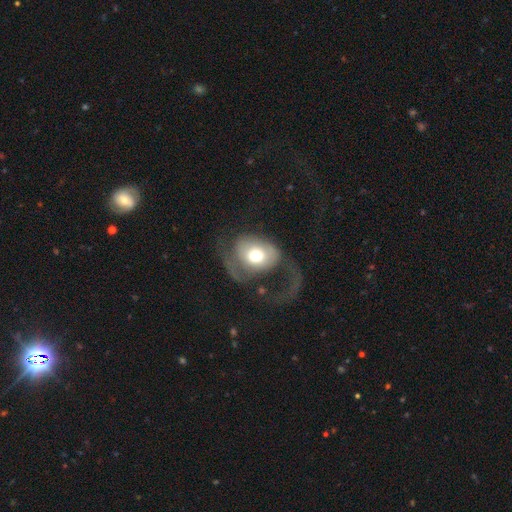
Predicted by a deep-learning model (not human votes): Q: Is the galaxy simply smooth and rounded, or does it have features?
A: smooth — 50%.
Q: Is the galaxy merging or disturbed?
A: major disturbance — 62%.